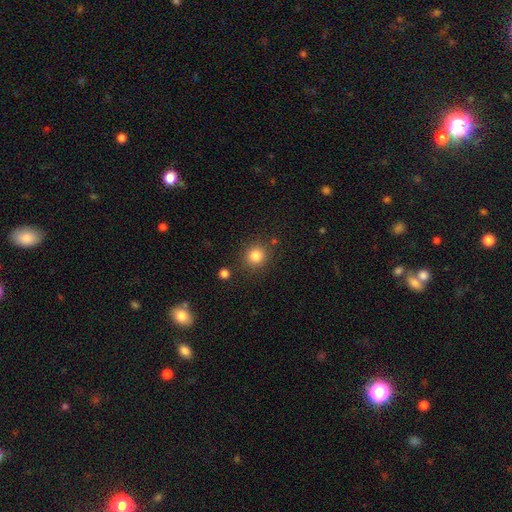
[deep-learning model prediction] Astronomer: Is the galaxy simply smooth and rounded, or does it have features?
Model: smooth — 83%.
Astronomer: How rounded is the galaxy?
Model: round — 90%.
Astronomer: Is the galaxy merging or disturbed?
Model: none — 85%.